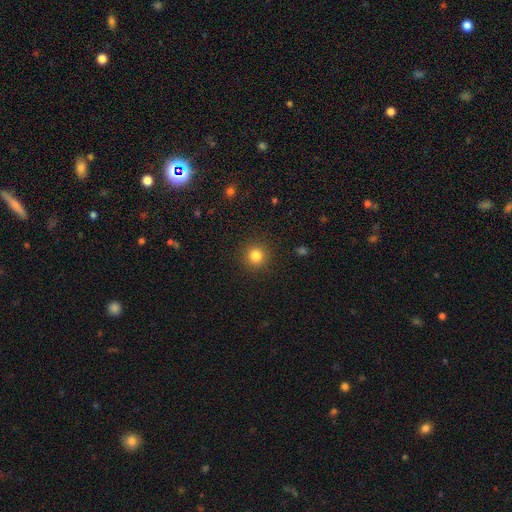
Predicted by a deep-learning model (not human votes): A smooth galaxy with no disk features (83%) that is round (94%). Merging: none (91%).